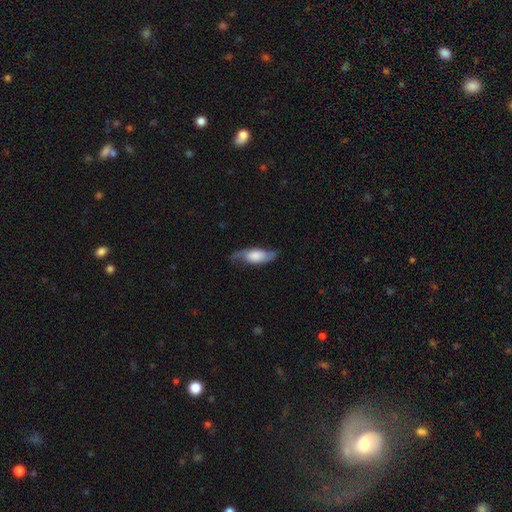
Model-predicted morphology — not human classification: Smooth or featured? Predicted: featured or disk (p=0.49). Merging? Predicted: none (p=0.68).